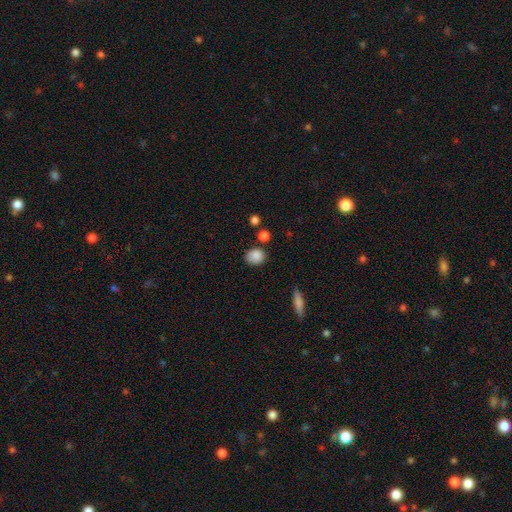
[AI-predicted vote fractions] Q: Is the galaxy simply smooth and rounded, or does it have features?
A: smooth — 87%.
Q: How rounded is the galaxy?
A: round — 67%.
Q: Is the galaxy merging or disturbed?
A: none — 78%.